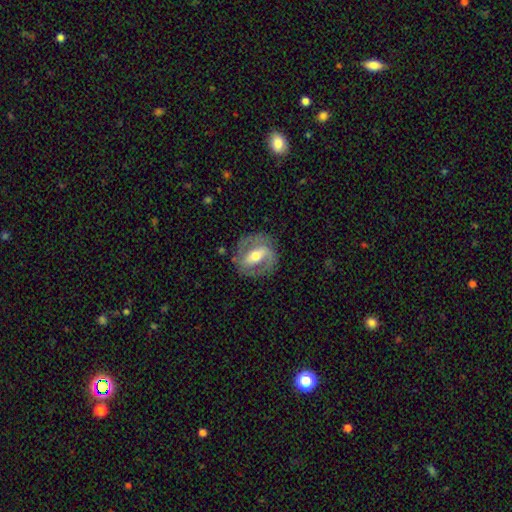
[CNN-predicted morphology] type=featured or disk (77%); edge-on=no (94%); bar=strong (51%); spiral arms=yes (79%); winding=medium (47%); arm count=2 (83%); bulge=moderate (67%); merging=none (79%).